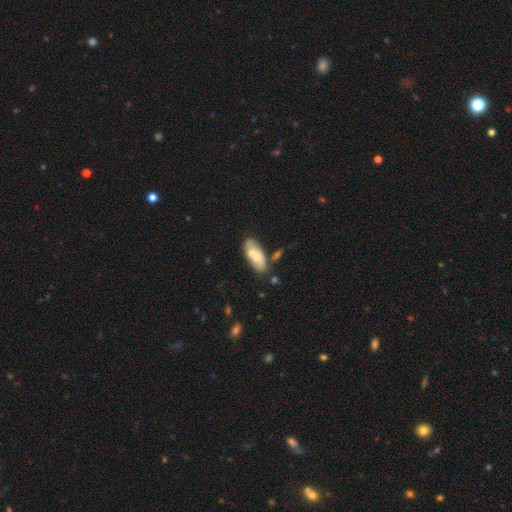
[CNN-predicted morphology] Smooth or featured: smooth — 64% (featured or disk — 29%)
How rounded: in between — 83% (cigar-shaped — 14%)
Merging: none — 55% (merger — 21%)